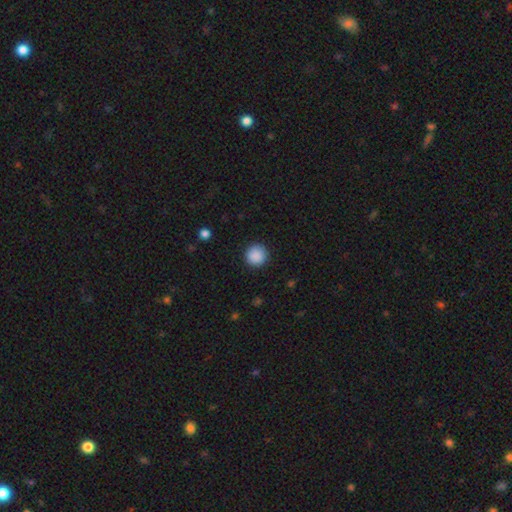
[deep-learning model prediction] Smooth or featured? Predicted: smooth (p=0.89). How rounded? Predicted: round (p=0.96). Merging? Predicted: none (p=0.91).